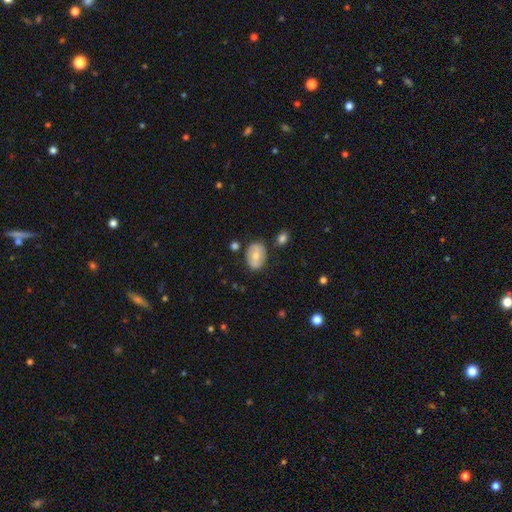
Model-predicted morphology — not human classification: A smooth galaxy with no disk features (64%) that is in between round and cigar-shaped (77%).

Vote fractions:
- Smooth or featured? smooth: 64% / featured or disk: 29% / star or artifact: 7%
- How rounded? in between: 77% / round: 22% / cigar-shaped: 1%
- Merging? none: 75% / minor disturbance: 16% / merger: 5% / major disturbance: 4%